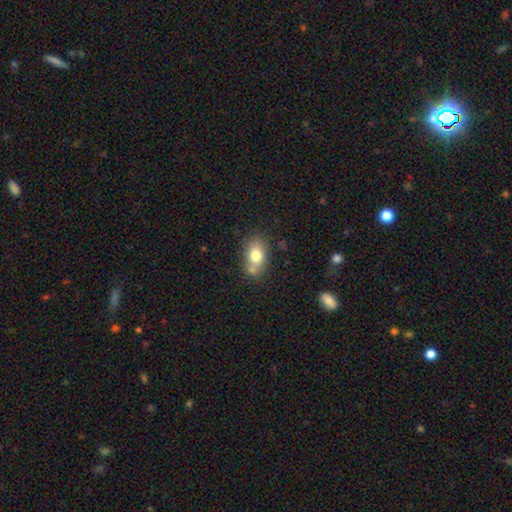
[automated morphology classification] Smooth or featured? smooth (76%)
How rounded? in between (76%)
Merging? none (58%)